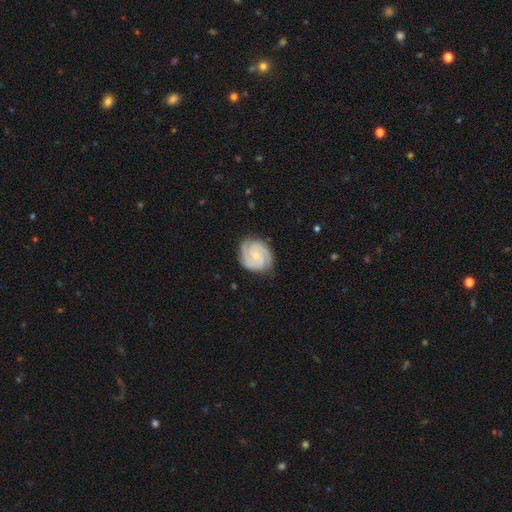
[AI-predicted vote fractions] This appears to be a featured or disk galaxy (86%) with no bar (69%), 3 (41%) tight (69%) spiral arms (98%) and a small central bulge (65%). Merging: none (81%).